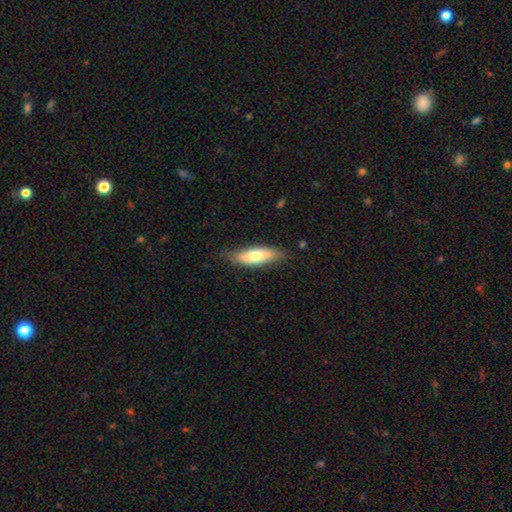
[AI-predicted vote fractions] smooth 65%, featured or disk 29%, star or artifact 6%. Down the decision tree: how rounded — in between (58%); merging — none (78%).